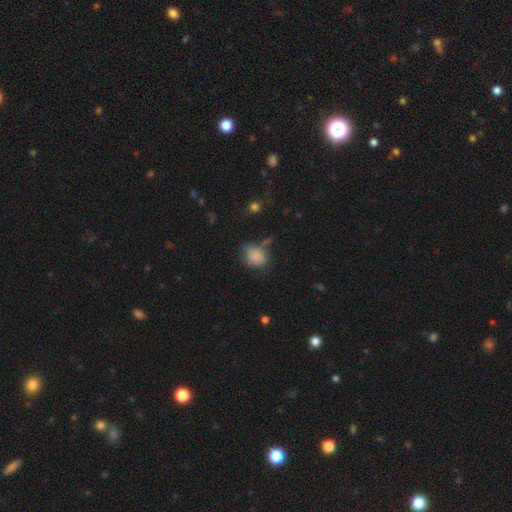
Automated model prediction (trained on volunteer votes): smooth_or_featured: smooth (p=0.82) [alt: star or artifact p=0.10]
how_rounded: in between (p=0.62) [alt: round p=0.37]
merging: none (p=0.52) [alt: minor disturbance p=0.28]